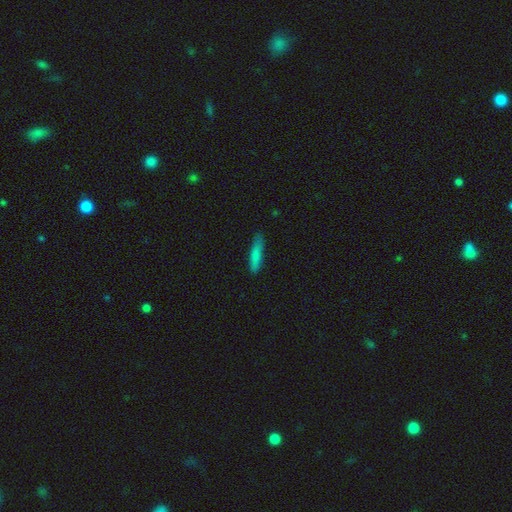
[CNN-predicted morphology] Smooth or featured: smooth — 81% (featured or disk — 12%)
How rounded: cigar-shaped — 80% (in between — 18%)
Merging: none — 81% (minor disturbance — 15%)